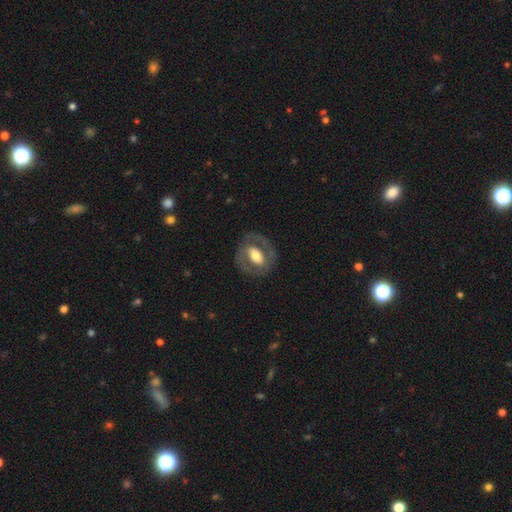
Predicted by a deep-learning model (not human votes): smooth_or_featured: featured or disk (p=0.58) [alt: smooth p=0.37]
disk_edge_on: no (p=0.94) [alt: yes p=0.06]
bar: no (p=0.44) [alt: weak p=0.29]
has_spiral_arms: no (p=0.68) [alt: yes p=0.32]
bulge_size: moderate (p=0.50) [alt: large p=0.36]
merging: none (p=0.78) [alt: minor disturbance p=0.13]